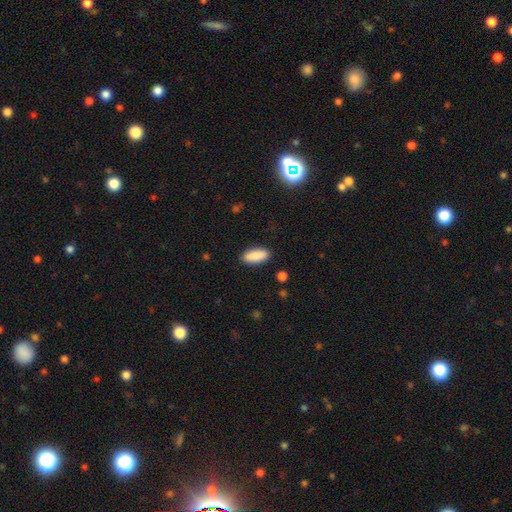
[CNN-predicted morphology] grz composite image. It shows a smooth galaxy with no disk features (89%) that is in between round and cigar-shaped (82%). Merging: none (89%).